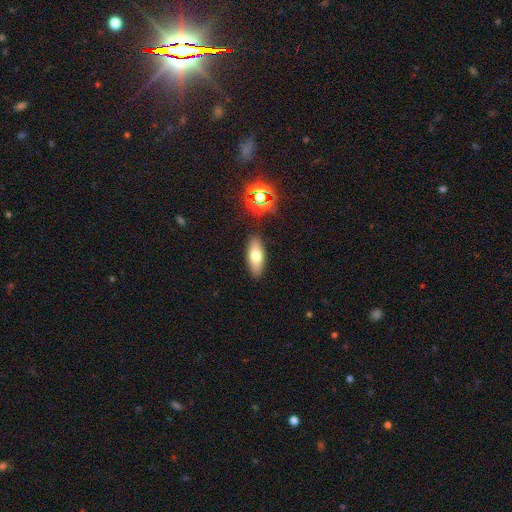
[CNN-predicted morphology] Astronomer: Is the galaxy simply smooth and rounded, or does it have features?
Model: smooth — 70%.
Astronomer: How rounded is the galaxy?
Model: in between — 77%.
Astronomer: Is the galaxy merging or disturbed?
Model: none — 87%.